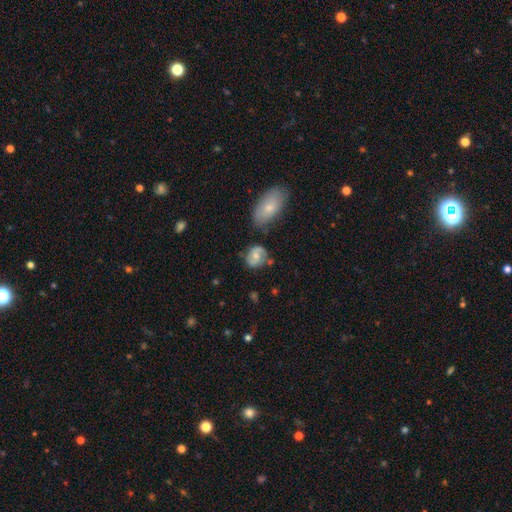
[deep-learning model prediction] featured or disk 55%, smooth 38%, star or artifact 7%. Down the decision tree: edge-on disk — no (97%); bar — no (57%); spiral arms — yes (85%); bulge size — moderate (53%); merging — none (64%).